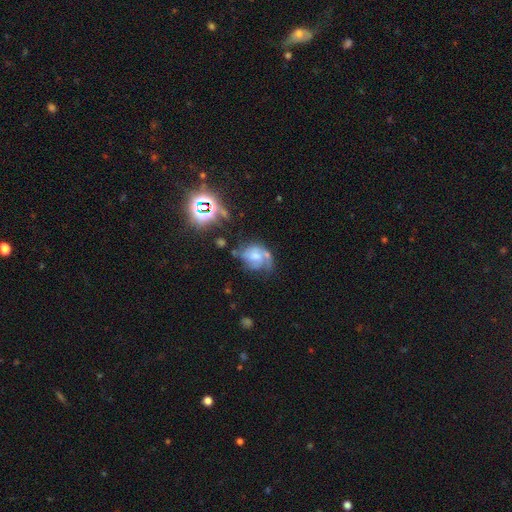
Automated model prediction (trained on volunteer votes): Q: Smooth or featured?
A: featured or disk (63%); runner-up: smooth (24%)
Q: Edge-on disk?
A: no (97%); runner-up: yes (3%)
Q: Bar?
A: no (71%); runner-up: weak (25%)
Q: Spiral arms?
A: yes (81%); runner-up: no (19%)
Q: Bulge size?
A: moderate (39%); runner-up: small (32%)
Q: Merging?
A: none (39%); runner-up: major disturbance (27%)